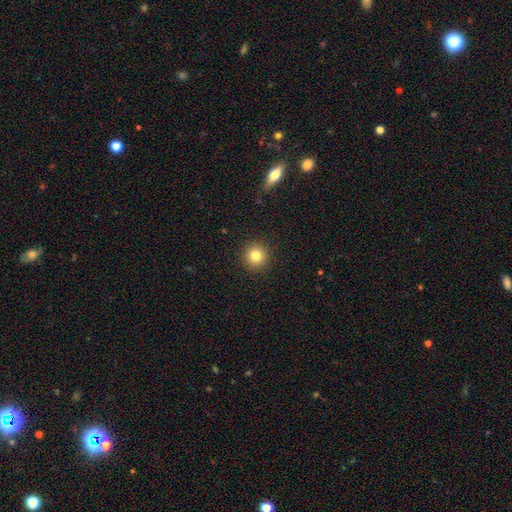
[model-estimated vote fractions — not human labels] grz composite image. It shows a smooth galaxy with no disk features (82%) that is round (94%). Merging: none (92%).